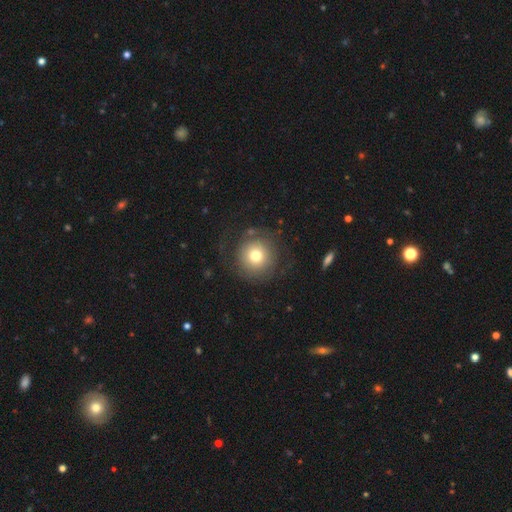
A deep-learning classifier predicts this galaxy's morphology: Smooth or featured: smooth — 65% (featured or disk — 26%)
How rounded: round — 95% (in between — 4%)
Merging: none — 74% (minor disturbance — 12%)